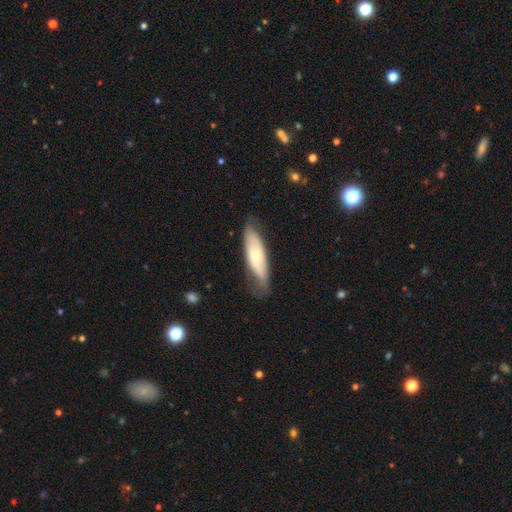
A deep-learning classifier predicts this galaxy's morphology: This is possibly a smooth galaxy (53%). How rounded: possibly in between (50%). Merging: likely none (68%).